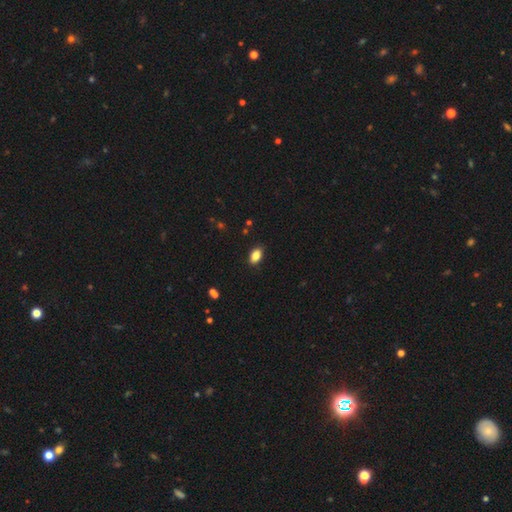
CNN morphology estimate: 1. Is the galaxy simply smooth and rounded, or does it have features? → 87% smooth, 9% star or artifact, 5% featured or disk.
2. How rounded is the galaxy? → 89% in between, 9% round, 2% cigar-shaped.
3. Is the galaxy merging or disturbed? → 87% none, 10% minor disturbance, 2% major disturbance, 1% merger.